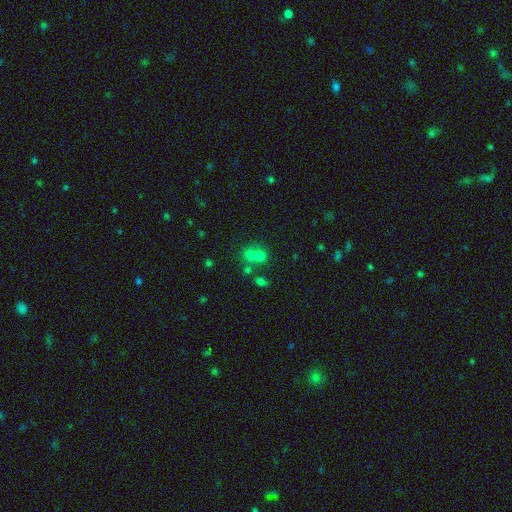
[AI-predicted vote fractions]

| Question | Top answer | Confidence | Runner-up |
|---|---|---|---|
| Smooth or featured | smooth | 62% | star or artifact (21%) |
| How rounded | round | 73% | in between (26%) |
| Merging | merger | 54% | none (35%) |